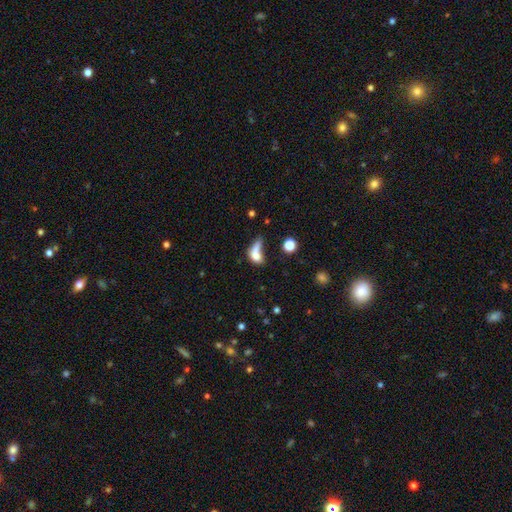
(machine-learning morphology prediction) type=smooth (66%); roundness=in between (66%); merging=merger (39%).